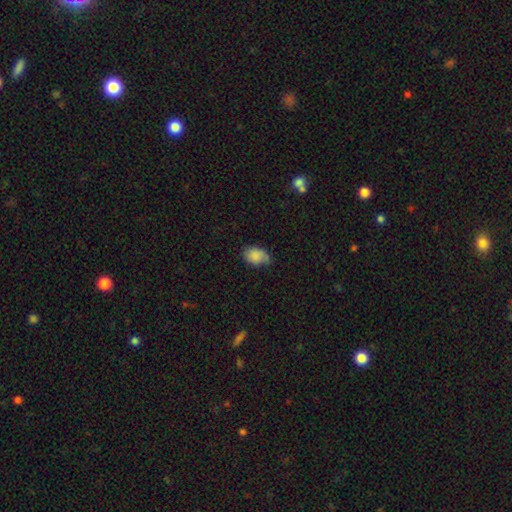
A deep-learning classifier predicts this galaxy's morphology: Q: Smooth or featured?
A: smooth (81%); runner-up: featured or disk (11%)
Q: How rounded?
A: in between (81%); runner-up: round (17%)
Q: Merging?
A: none (54%); runner-up: minor disturbance (35%)